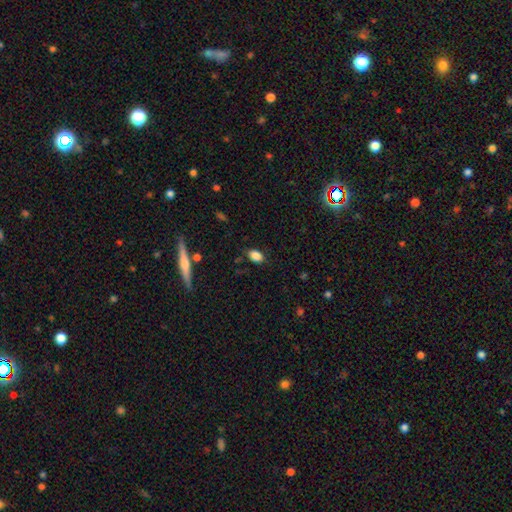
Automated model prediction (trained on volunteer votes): Smooth or featured? smooth (86%)
How rounded? in between (83%)
Merging? none (80%)